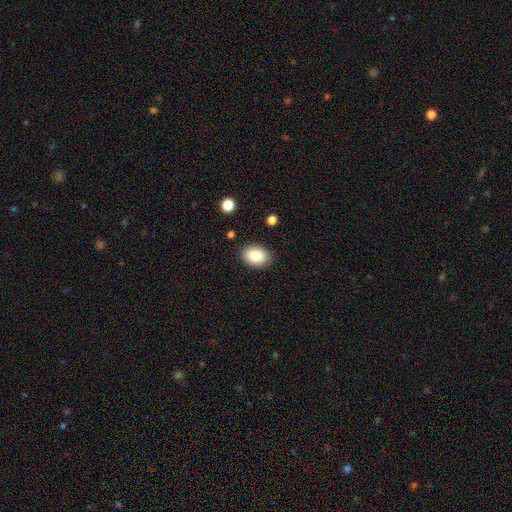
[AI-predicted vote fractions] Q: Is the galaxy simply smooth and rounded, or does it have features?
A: smooth — 86%.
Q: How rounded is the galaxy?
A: in between — 78%.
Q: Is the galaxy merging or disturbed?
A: none — 86%.